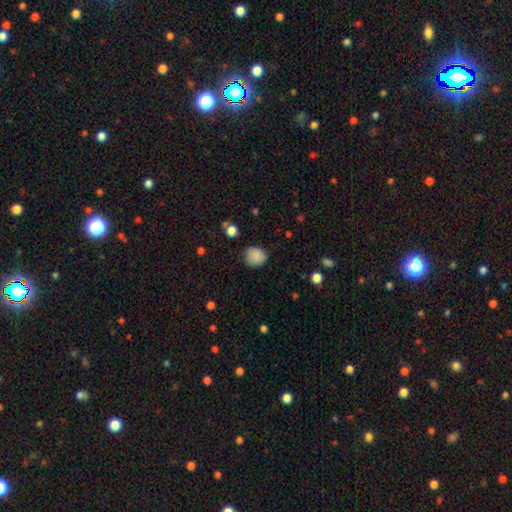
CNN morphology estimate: smooth 86%, star or artifact 9%, featured or disk 4%. Down the decision tree: how rounded — round (75%); merging — none (76%).